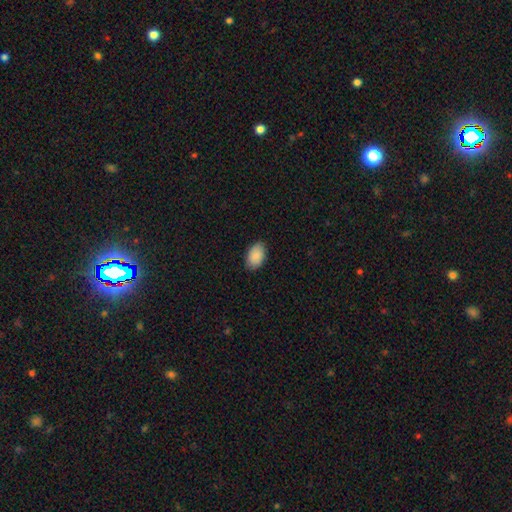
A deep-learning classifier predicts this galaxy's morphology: Smooth or featured: smooth — 90% (star or artifact — 6%)
How rounded: in between — 92% (round — 7%)
Merging: none — 86% (minor disturbance — 11%)